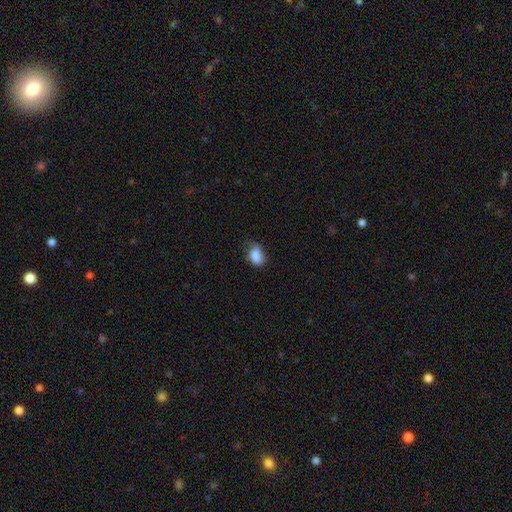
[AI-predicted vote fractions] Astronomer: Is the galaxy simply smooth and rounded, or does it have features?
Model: smooth — 86%.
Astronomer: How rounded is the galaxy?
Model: in between — 77%.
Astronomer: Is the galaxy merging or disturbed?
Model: none — 56% (runner-up: minor disturbance, 33%).